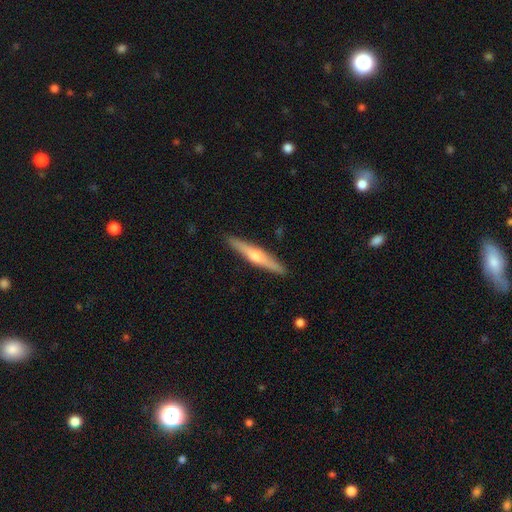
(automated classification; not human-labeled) featured or disk 62%, smooth 32%, star or artifact 6%. Down the decision tree: edge-on disk — yes (97%); edge-on bulge — rounded (86%); merging — none (91%).